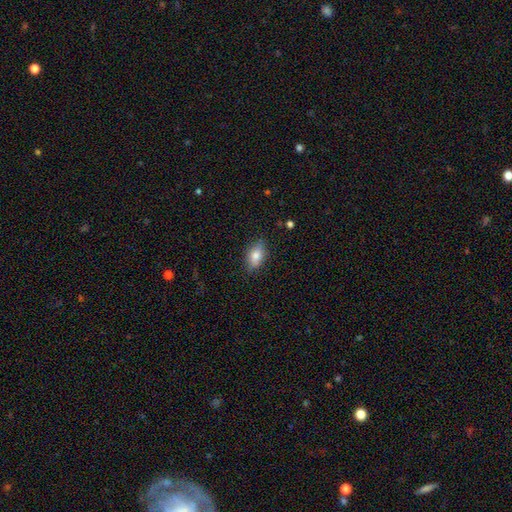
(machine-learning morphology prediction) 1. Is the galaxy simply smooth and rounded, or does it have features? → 71% smooth, 21% featured or disk, 8% star or artifact.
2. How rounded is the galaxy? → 83% in between, 10% cigar-shaped, 7% round.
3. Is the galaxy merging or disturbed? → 83% none, 13% minor disturbance, 3% major disturbance, 1% merger.